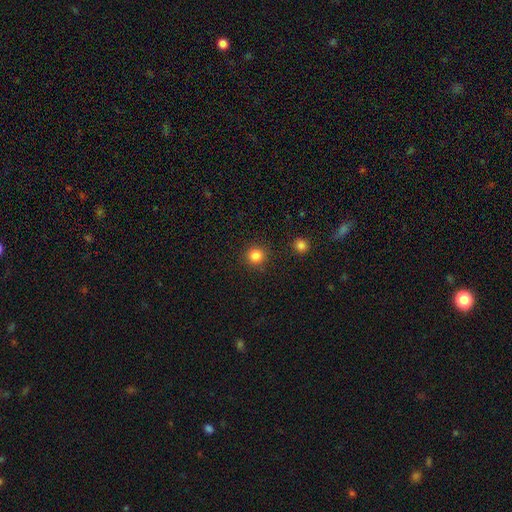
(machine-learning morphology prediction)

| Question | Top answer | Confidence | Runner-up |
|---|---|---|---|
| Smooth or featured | smooth | 84% | star or artifact (12%) |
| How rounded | round | 94% | in between (5%) |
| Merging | none | 90% | minor disturbance (6%) |